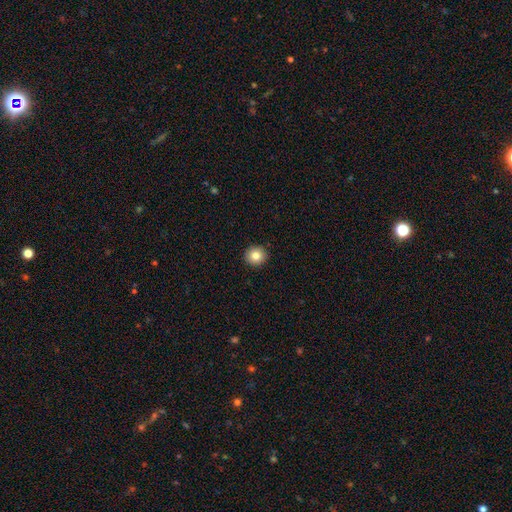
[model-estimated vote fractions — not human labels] Morphology: type=smooth (83%); roundness=round (94%); merging=none (93%).